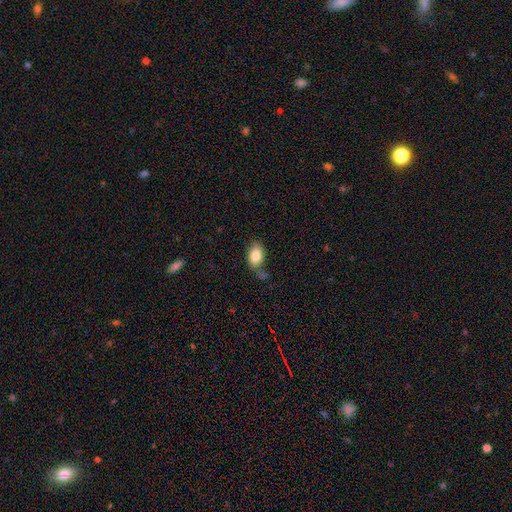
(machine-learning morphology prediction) Overall: smooth (83%). How rounded: in between (86%). Merging: none (54%; minor disturbance 22%).